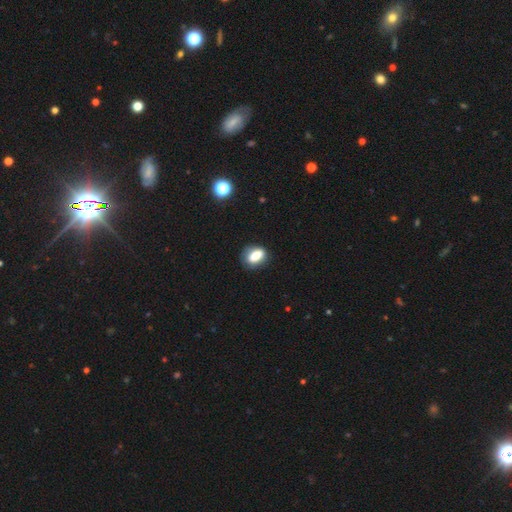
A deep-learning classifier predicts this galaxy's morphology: The model was most divided on "merging": none: 74%, minor disturbance: 19%, major disturbance: 6%, merger: 2%. More confident: how rounded — in between (78%); smooth or featured — smooth (77%).